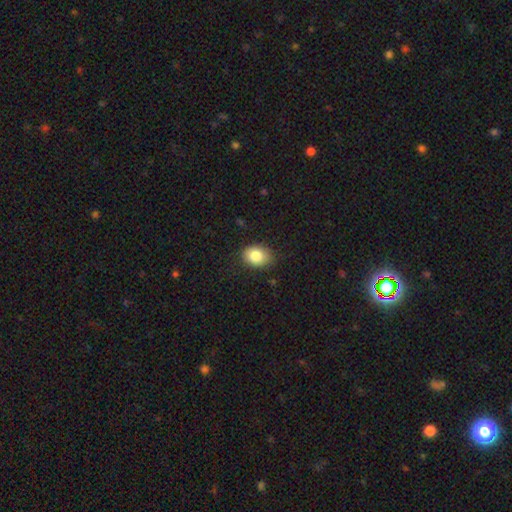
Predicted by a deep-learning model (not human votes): Morphology: type=smooth (84%); roundness=in between (67%); merging=none (81%).